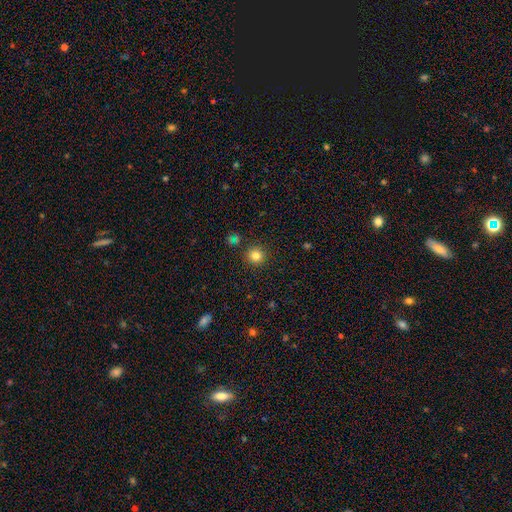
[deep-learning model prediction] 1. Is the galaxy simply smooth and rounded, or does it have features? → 82% smooth, 13% star or artifact, 5% featured or disk.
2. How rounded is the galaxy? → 94% round, 5% in between, 1% cigar-shaped.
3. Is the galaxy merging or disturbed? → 89% none, 6% minor disturbance, 2% merger, 2% major disturbance.